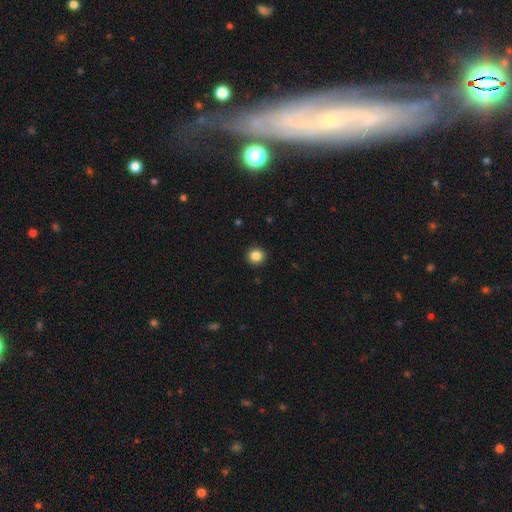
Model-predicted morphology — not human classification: Smooth or featured? smooth (86%)
How rounded? round (91%)
Merging? none (93%)